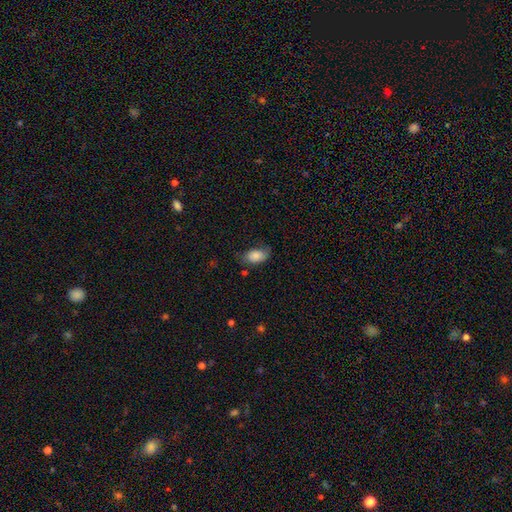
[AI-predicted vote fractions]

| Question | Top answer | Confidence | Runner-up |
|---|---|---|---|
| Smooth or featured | smooth | 83% | featured or disk (9%) |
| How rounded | in between | 92% | round (5%) |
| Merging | none | 62% | minor disturbance (28%) |